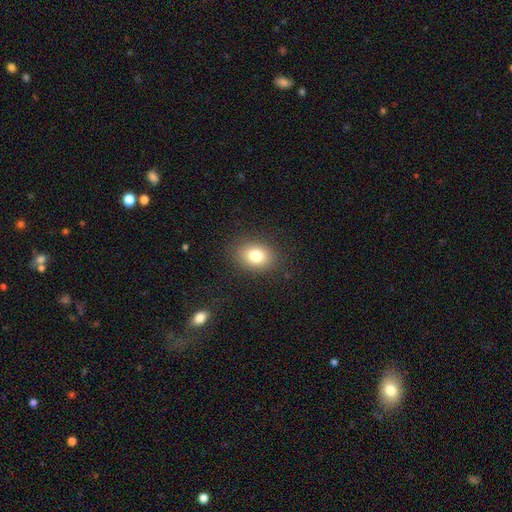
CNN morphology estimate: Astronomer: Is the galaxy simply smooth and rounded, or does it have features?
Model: smooth — 79%.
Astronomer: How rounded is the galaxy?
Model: in between — 58% (runner-up: round, 41%).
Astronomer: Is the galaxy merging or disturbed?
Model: none — 86%.